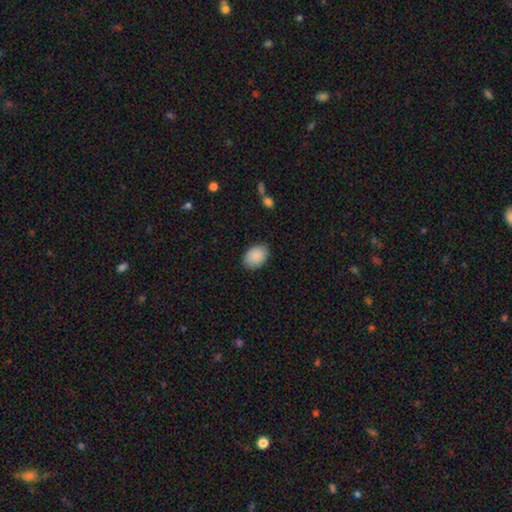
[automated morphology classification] A smooth galaxy with no disk features (90%) that is in between round and cigar-shaped (79%).

Vote fractions:
- Smooth or featured? smooth: 90% / star or artifact: 6% / featured or disk: 3%
- How rounded? in between: 79% / round: 20% / cigar-shaped: 1%
- Merging? none: 85% / minor disturbance: 12% / major disturbance: 2% / merger: 1%